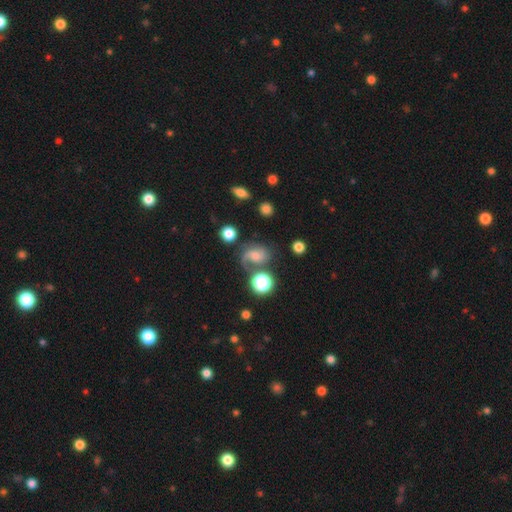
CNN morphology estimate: featured or disk 68%, smooth 20%, star or artifact 12%. Down the decision tree: edge-on disk — no (97%); bar — no (57%); spiral arms — yes (94%); spiral arm count — 2 (66%); spiral winding — medium (47%); bulge size — moderate (44%); merging — none (55%).